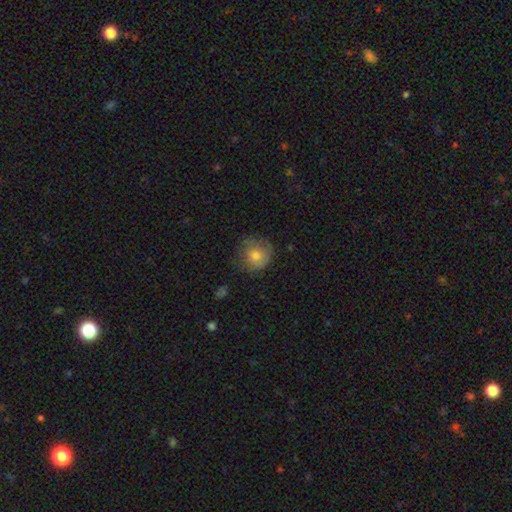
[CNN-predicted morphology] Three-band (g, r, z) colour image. It shows a smooth galaxy with no disk features (73%) that is round (89%). Merging: none (66%).